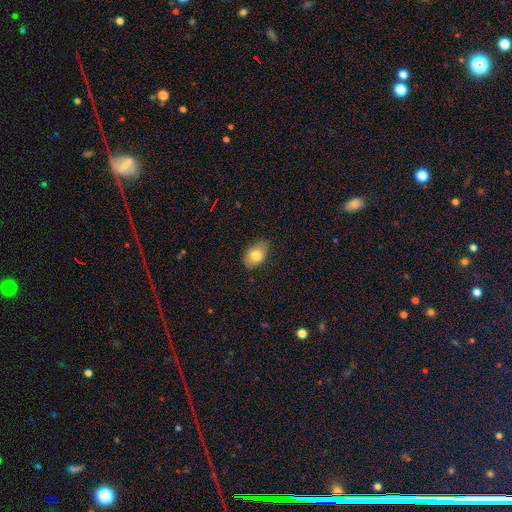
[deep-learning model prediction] Morphology: type=smooth (79%); roundness=in between (86%); merging=none (79%).